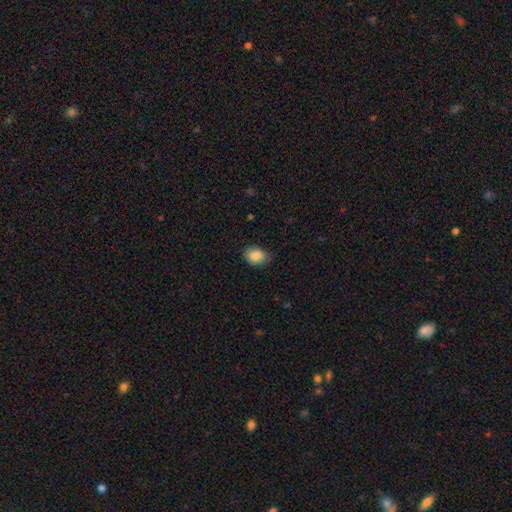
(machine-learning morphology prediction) Overall: smooth (87%). How rounded: in between (72%). Merging: none (79%).